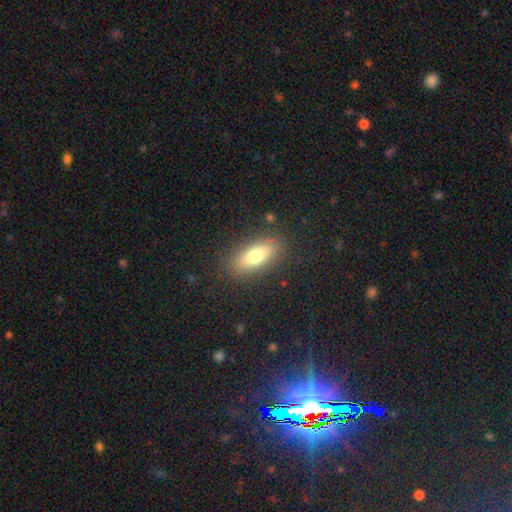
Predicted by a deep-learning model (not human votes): smooth-or-featured: smooth: 72% | featured or disk: 20% | star or artifact: 8%
  how-rounded: in between: 79% | cigar-shaped: 17% | round: 4%
  merging: none: 85% | minor disturbance: 10% | major disturbance: 4% | merger: 1%